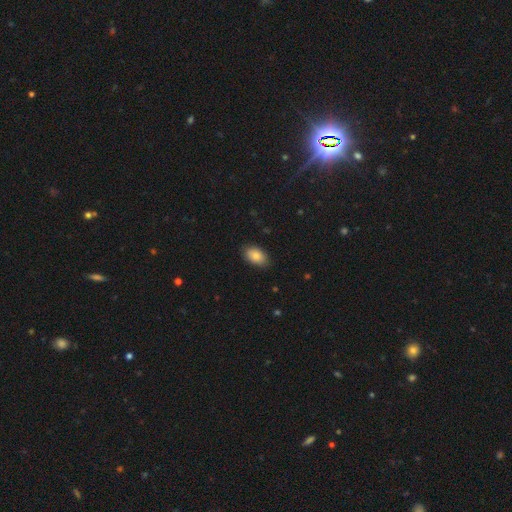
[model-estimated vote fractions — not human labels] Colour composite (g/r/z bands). It shows a smooth galaxy with no disk features (86%) that is in between round and cigar-shaped (91%). Merging: none (85%).